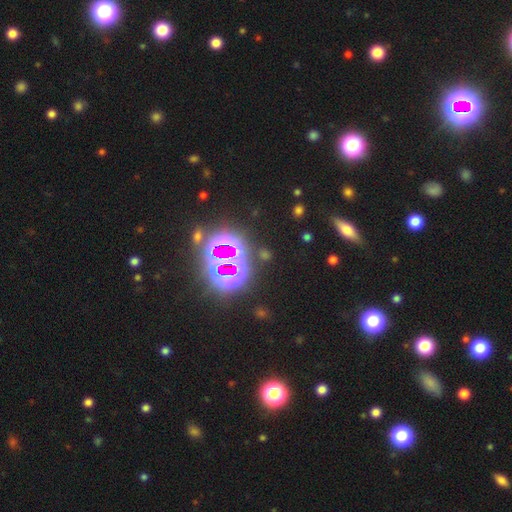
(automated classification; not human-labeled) The model was most divided on "smooth or featured": star or artifact: 73%, smooth: 15%, featured or disk: 12%.